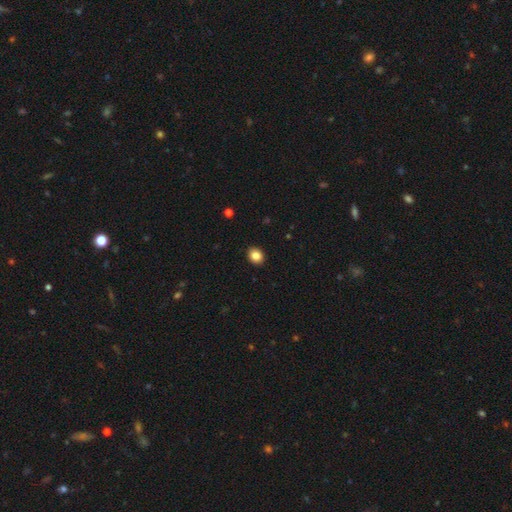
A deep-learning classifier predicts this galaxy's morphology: A smooth galaxy with no disk features (85%) that is round (58%).

Vote fractions:
- Smooth or featured? smooth: 85% / star or artifact: 10% / featured or disk: 5%
- How rounded? round: 58% / in between: 41% / cigar-shaped: 1%
- Merging? none: 91% / minor disturbance: 6% / major disturbance: 2% / merger: 1%